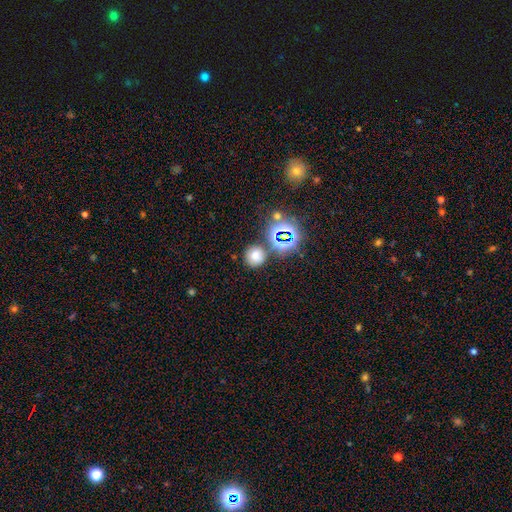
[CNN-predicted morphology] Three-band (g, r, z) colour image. It shows a smooth galaxy with no disk features (67%) that is round (89%). Merging: none (73%).